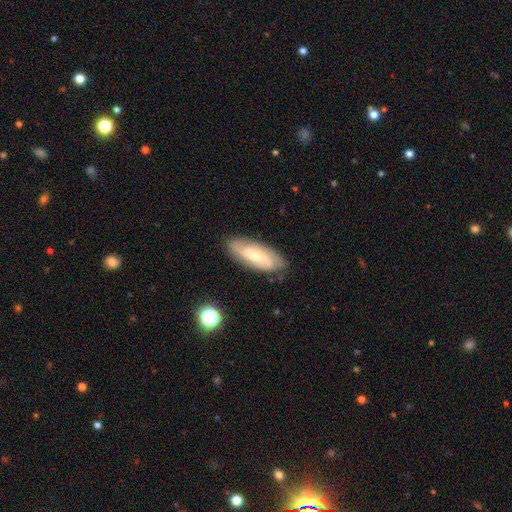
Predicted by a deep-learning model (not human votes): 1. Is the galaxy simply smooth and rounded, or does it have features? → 64% featured or disk, 29% smooth, 7% star or artifact.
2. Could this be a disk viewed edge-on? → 88% no, 12% yes.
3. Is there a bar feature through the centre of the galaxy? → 44% no, 41% weak, 15% strong.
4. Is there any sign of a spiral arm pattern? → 89% yes, 11% no.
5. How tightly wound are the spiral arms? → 41% medium, 39% tight, 20% loose.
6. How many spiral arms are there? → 62% 2, 24% can't tell, 7% 3, 3% 1, 2% 4, 2% more than 4.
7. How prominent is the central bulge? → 56% small, 37% moderate, 3% none, 3% large, 1% dominant.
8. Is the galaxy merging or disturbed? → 81% none, 14% minor disturbance, 3% major disturbance, 1% merger.